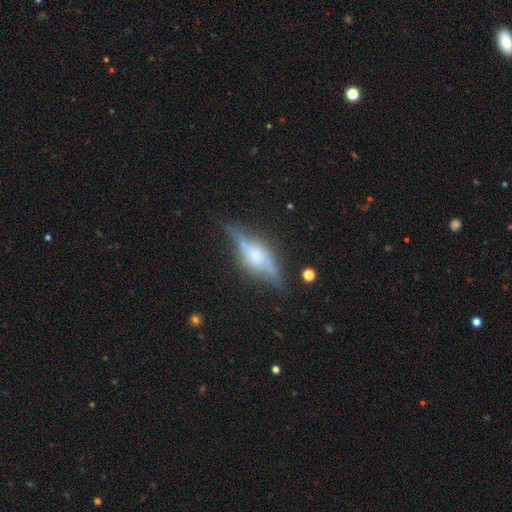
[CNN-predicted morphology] This appears to be a featured or disk galaxy (77%) viewed edge-on (92%) with a rounded central bulge (77%). Merging: none (74%).